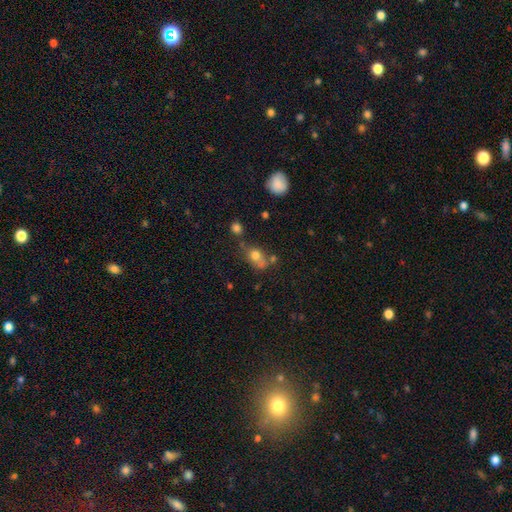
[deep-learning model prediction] This is likely a smooth galaxy (73%). How rounded: likely in between (62%). Merging: marginally none (42%).